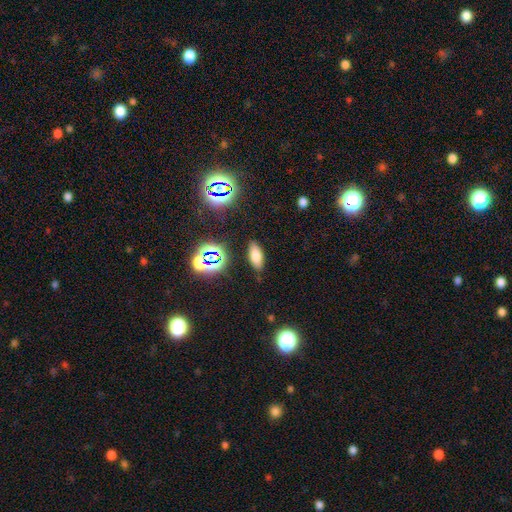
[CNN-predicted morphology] Smooth or featured?
  - smooth: 69% *
  - star or artifact: 20%
  - featured or disk: 11%
How rounded?
  - in between: 81% *
  - cigar-shaped: 14%
  - round: 5%
Merging?
  - none: 84% *
  - minor disturbance: 10%
  - major disturbance: 3%
  - merger: 2%